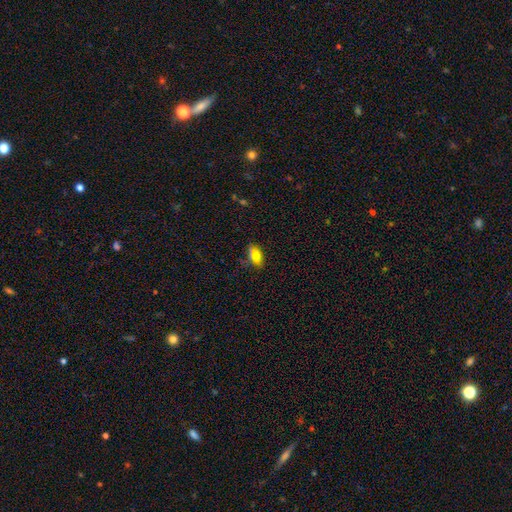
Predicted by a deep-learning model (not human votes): Smooth or featured? Predicted: smooth (p=0.69). How rounded? Predicted: in between (p=0.87). Merging? Predicted: none (p=0.72).